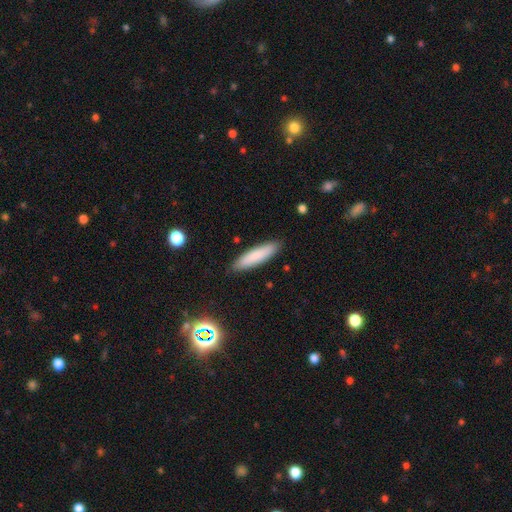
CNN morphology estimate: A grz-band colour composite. It shows a smooth galaxy with no disk features (82%) that is cigar-shaped (75%). Merging: none (89%).